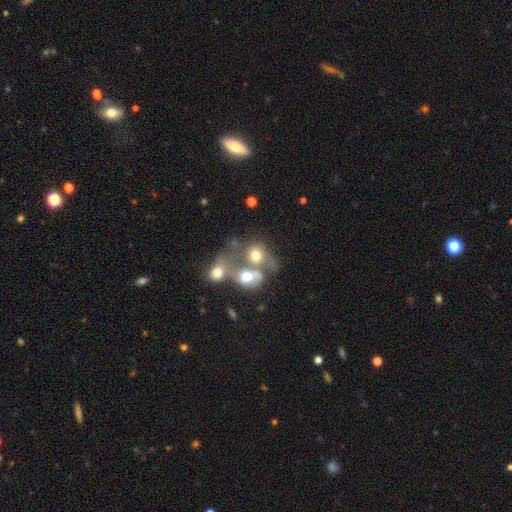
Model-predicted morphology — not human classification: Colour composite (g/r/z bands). It shows a smooth galaxy with no disk features (60%) that is round (61%). Merging: merger (63%).